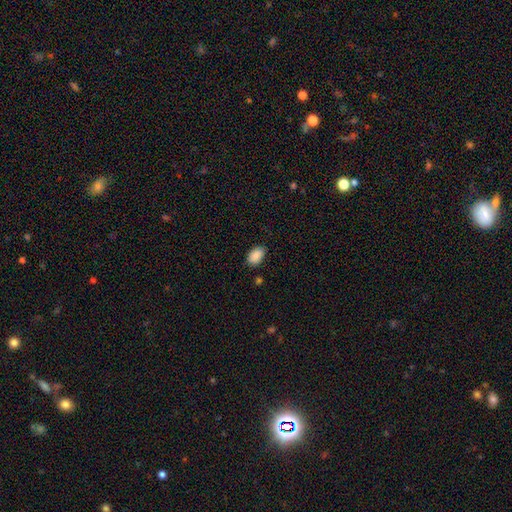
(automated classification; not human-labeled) Q: Smooth or featured?
A: smooth (90%); runner-up: star or artifact (7%)
Q: How rounded?
A: in between (87%); runner-up: round (12%)
Q: Merging?
A: none (84%); runner-up: minor disturbance (12%)